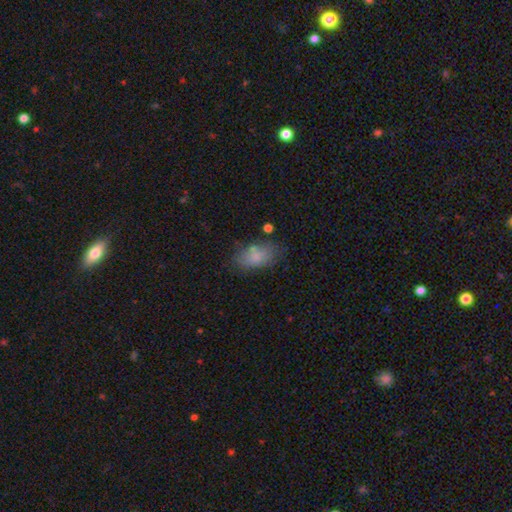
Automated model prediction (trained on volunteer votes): Q: Smooth or featured?
A: smooth (78%); runner-up: featured or disk (13%)
Q: How rounded?
A: in between (91%); runner-up: round (6%)
Q: Merging?
A: none (65%); runner-up: minor disturbance (21%)